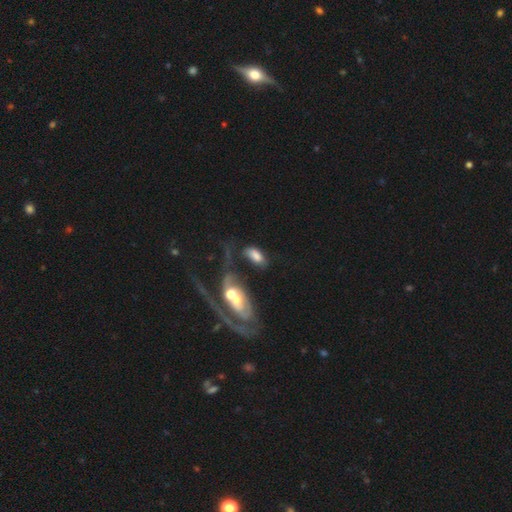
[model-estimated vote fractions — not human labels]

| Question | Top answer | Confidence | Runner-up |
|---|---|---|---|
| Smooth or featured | smooth | 69% | featured or disk (22%) |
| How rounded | in between | 91% | round (5%) |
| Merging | none | 40% | minor disturbance (21%) |